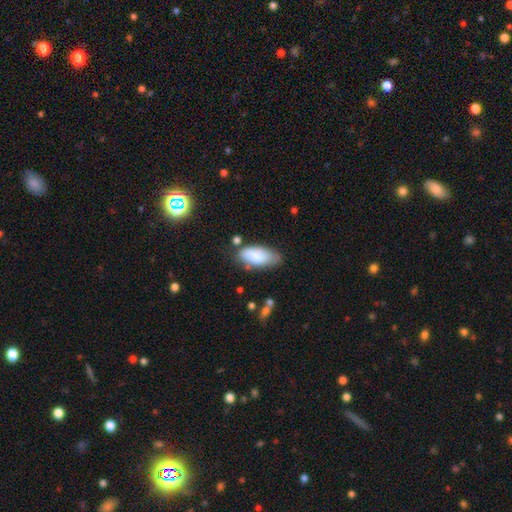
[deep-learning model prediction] This is clearly a smooth galaxy (82%). How rounded: clearly in between (89%). Merging: possibly none (59%).